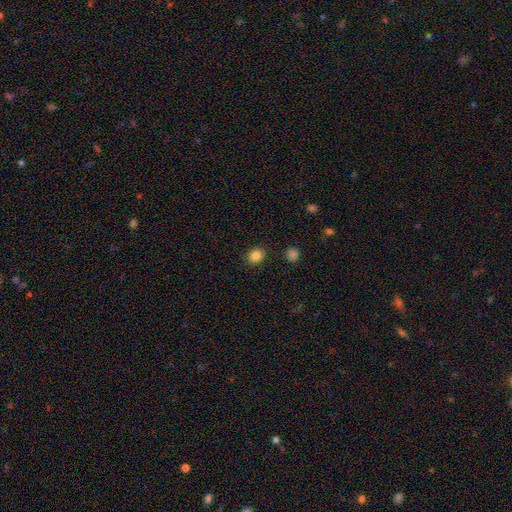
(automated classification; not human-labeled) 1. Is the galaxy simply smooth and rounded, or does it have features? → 84% smooth, 11% star or artifact, 5% featured or disk.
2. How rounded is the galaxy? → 70% round, 29% in between, 1% cigar-shaped.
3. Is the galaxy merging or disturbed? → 88% none, 7% minor disturbance, 2% major disturbance, 2% merger.